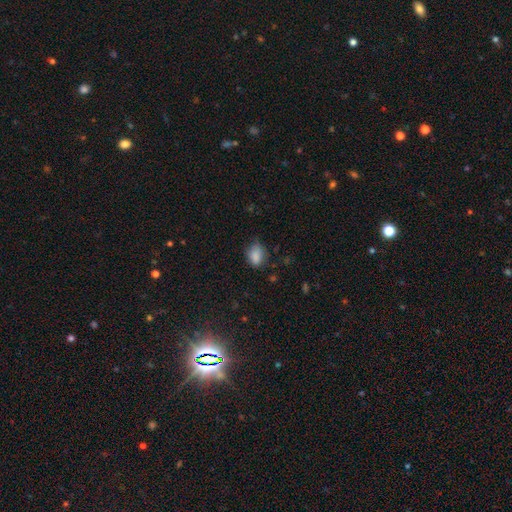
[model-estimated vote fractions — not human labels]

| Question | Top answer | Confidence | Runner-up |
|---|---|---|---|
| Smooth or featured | smooth | 86% | star or artifact (9%) |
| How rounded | in between | 73% | round (25%) |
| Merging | none | 66% | minor disturbance (27%) |